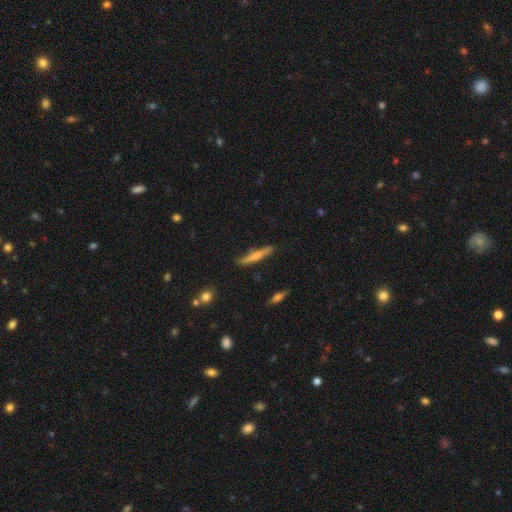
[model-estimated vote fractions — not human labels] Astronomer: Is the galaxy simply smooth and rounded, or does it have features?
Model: smooth — 50% (runner-up: featured or disk, 44%).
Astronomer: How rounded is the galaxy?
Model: cigar-shaped — 91%.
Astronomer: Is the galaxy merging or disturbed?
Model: none — 83%.